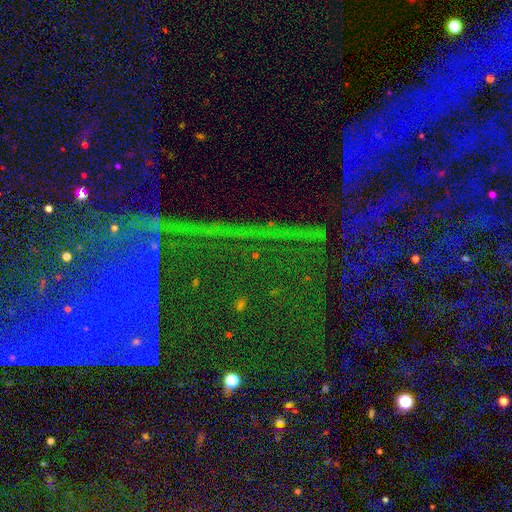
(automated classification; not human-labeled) Q: Smooth or featured?
A: star or artifact (78%); runner-up: smooth (13%)